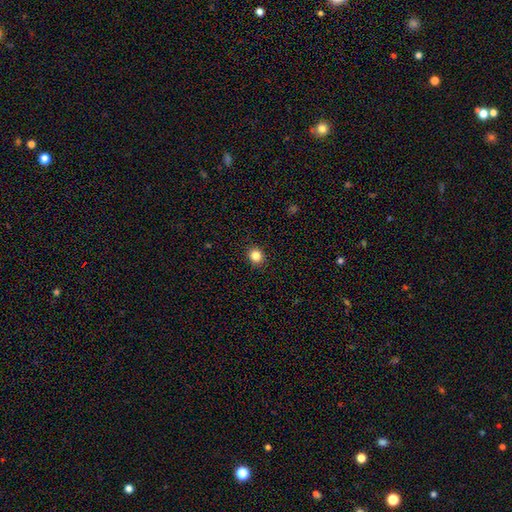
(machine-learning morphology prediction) smooth_or_featured: smooth (p=0.83) [alt: star or artifact p=0.12]
how_rounded: round (p=0.82) [alt: in between p=0.17]
merging: none (p=0.91) [alt: minor disturbance p=0.06]